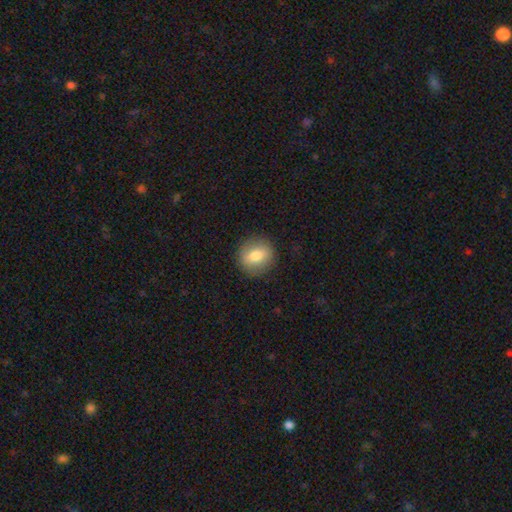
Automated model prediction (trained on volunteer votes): smooth_or_featured: smooth (p=0.75) [alt: featured or disk p=0.17]
how_rounded: round (p=0.83) [alt: in between p=0.16]
merging: none (p=0.88) [alt: minor disturbance p=0.08]